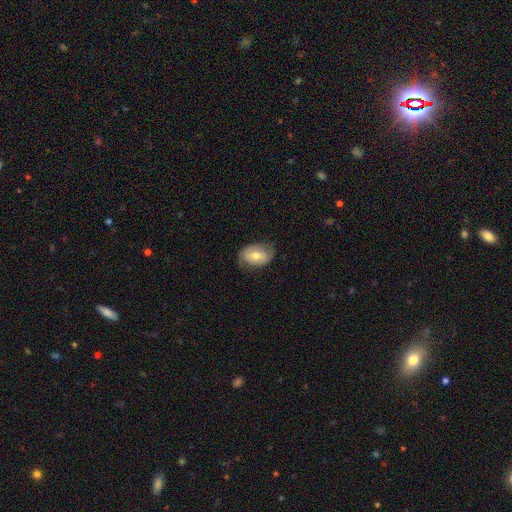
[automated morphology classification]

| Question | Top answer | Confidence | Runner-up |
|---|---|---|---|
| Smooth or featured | smooth | 62% | featured or disk (32%) |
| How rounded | in between | 80% | round (19%) |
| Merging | none | 70% | minor disturbance (23%) |